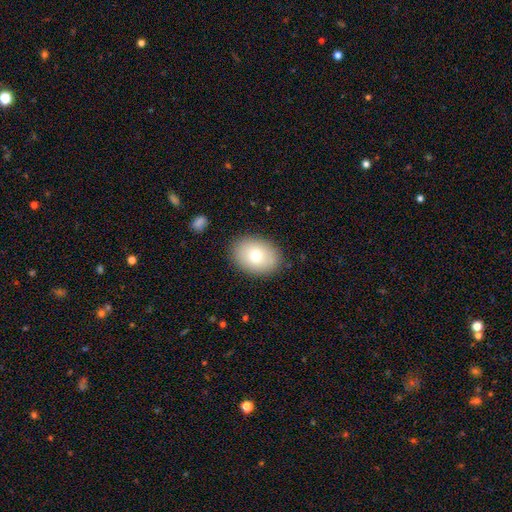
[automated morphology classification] Q: Smooth or featured?
A: smooth (75%); runner-up: featured or disk (17%)
Q: How rounded?
A: in between (73%); runner-up: round (26%)
Q: Merging?
A: none (86%); runner-up: minor disturbance (10%)